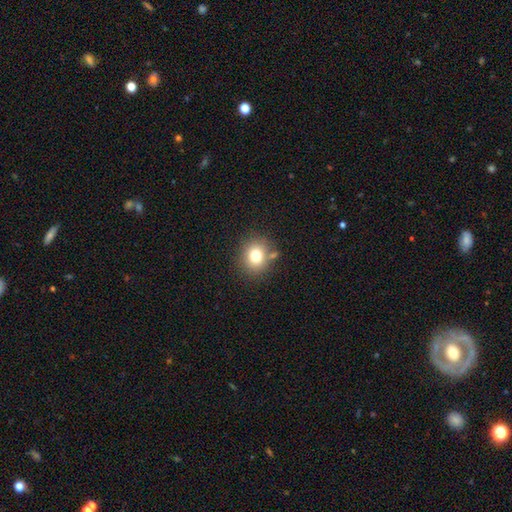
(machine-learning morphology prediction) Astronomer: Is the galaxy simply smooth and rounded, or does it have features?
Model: smooth — 76%.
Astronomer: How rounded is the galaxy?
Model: round — 76%.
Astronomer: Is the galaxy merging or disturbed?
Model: none — 75%.